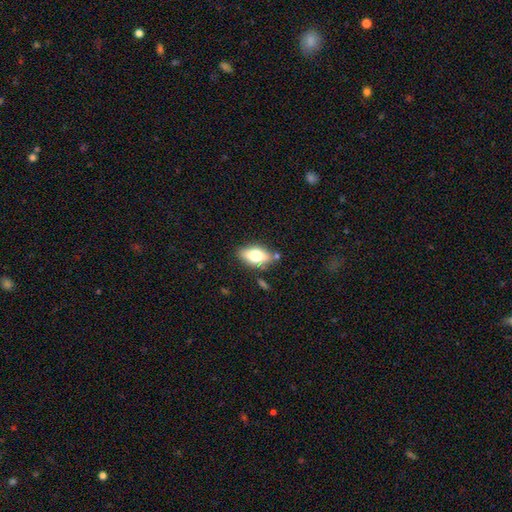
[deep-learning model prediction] Smooth or featured?
  - smooth: 63% *
  - featured or disk: 29%
  - star or artifact: 8%
How rounded?
  - in between: 86% *
  - cigar-shaped: 7%
  - round: 6%
Merging?
  - none: 77% *
  - minor disturbance: 15%
  - merger: 5%
  - major disturbance: 4%